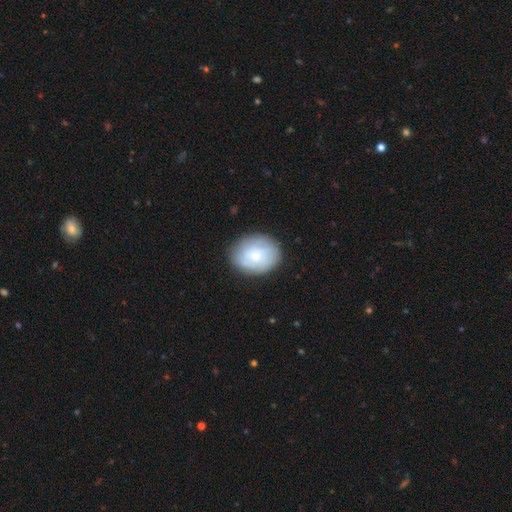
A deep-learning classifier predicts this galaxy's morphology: Q: Smooth or featured?
A: smooth (64%); runner-up: featured or disk (29%)
Q: How rounded?
A: round (51%); runner-up: in between (48%)
Q: Merging?
A: none (80%); runner-up: minor disturbance (15%)